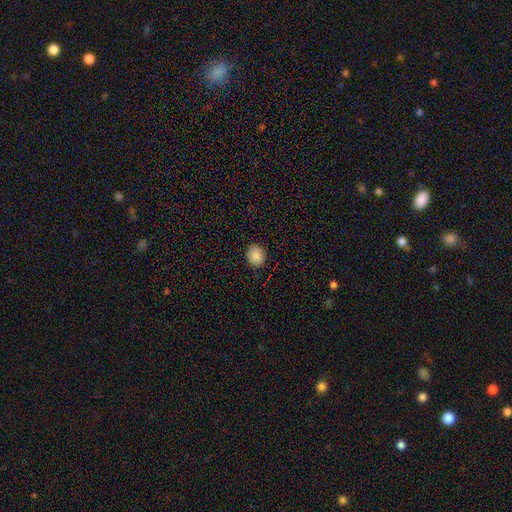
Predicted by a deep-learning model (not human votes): The model was most divided on "how rounded": round: 66%, in between: 33%, cigar-shaped: 1%. More confident: merging — none (88%); smooth or featured — smooth (88%).